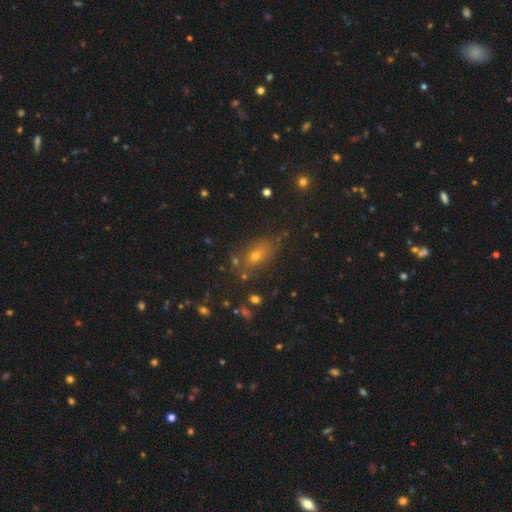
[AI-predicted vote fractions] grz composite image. It shows a smooth galaxy with no disk features (60%) that is in between round and cigar-shaped (67%). Merging: none (71%).